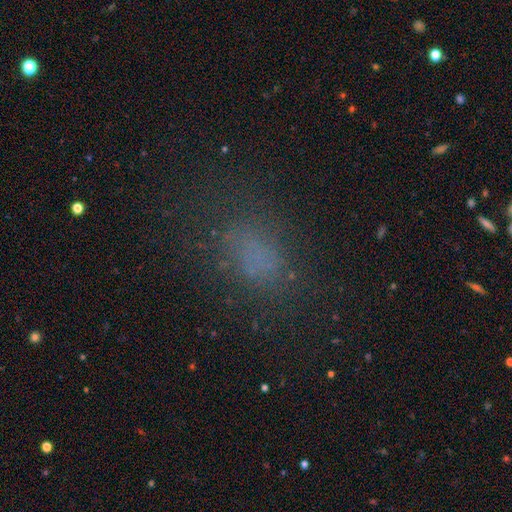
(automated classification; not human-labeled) smooth_or_featured: smooth (p=0.64) [alt: star or artifact p=0.24]
how_rounded: in between (p=0.76) [alt: round p=0.20]
merging: none (p=0.69) [alt: minor disturbance p=0.17]